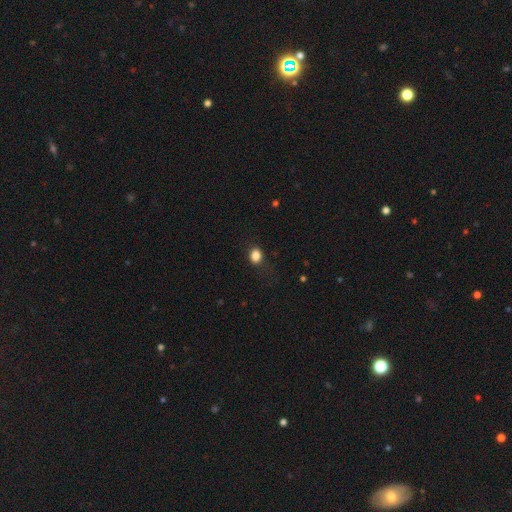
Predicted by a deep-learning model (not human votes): Smooth or featured?
  - smooth: 84% *
  - star or artifact: 11%
  - featured or disk: 5%
How rounded?
  - round: 50% *
  - in between: 49%
  - cigar-shaped: 1%
Merging?
  - none: 80% *
  - minor disturbance: 14%
  - major disturbance: 5%
  - merger: 1%